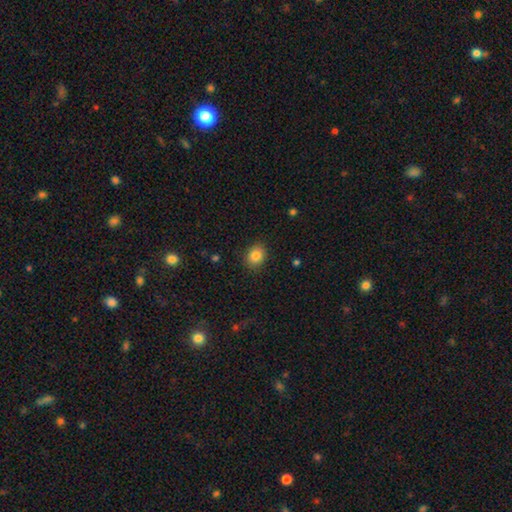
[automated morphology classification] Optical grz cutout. It shows a smooth galaxy with no disk features (84%) that is round (53%). Merging: none (87%).